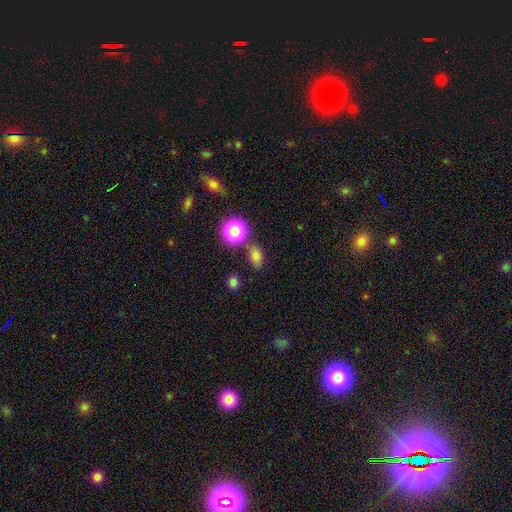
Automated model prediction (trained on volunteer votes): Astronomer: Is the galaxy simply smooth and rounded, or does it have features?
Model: smooth — 74%.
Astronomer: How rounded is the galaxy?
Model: in between — 60% (runner-up: round, 38%).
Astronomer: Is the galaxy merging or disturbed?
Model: none — 69%.